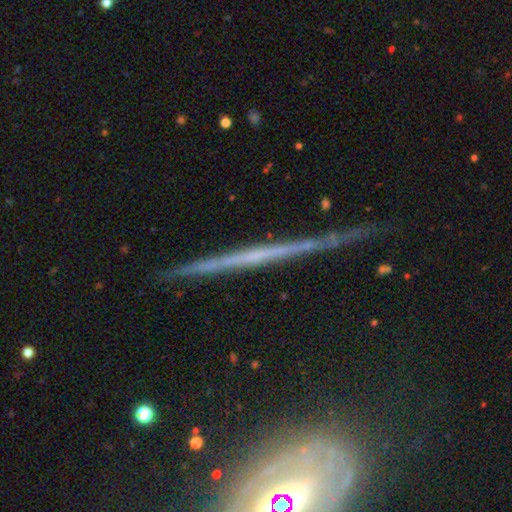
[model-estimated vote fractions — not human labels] Smooth or featured: featured or disk — 72% (smooth — 17%)
Edge-on disk: yes — 93% (no — 7%)
Edge-on bulge: none — 82% (rounded — 11%)
Merging: none — 78% (minor disturbance — 15%)